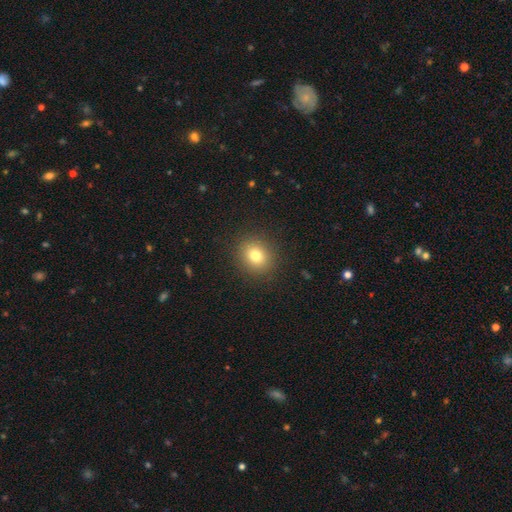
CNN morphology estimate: Smooth or featured? Predicted: smooth (p=0.79). How rounded? Predicted: round (p=0.73). Merging? Predicted: none (p=0.90).